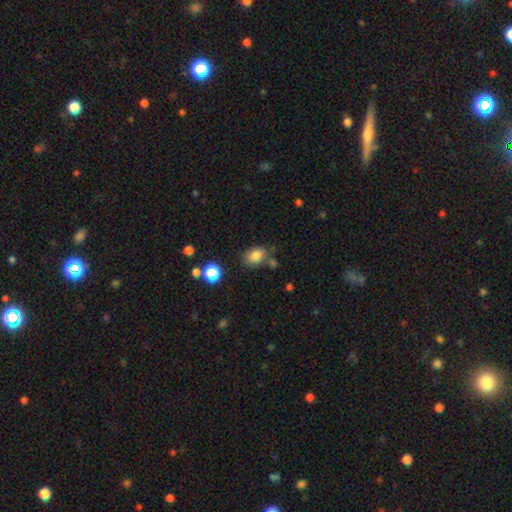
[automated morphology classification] The model was most divided on "merging": none: 69%, minor disturbance: 16%, merger: 10%, major disturbance: 5%. More confident: smooth or featured — smooth (82%); how rounded — in between (77%).